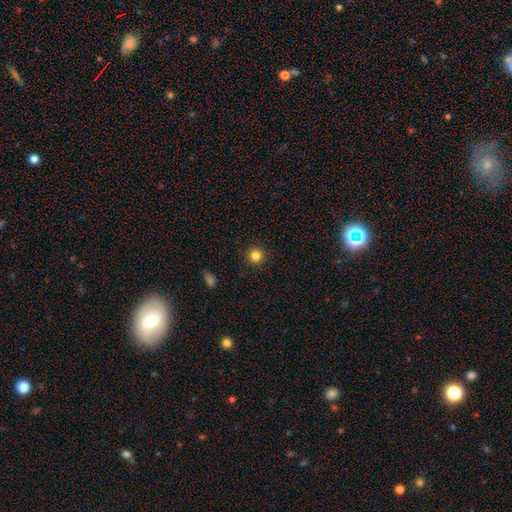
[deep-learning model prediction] Morphology: type=smooth (83%); roundness=round (96%); merging=none (92%).